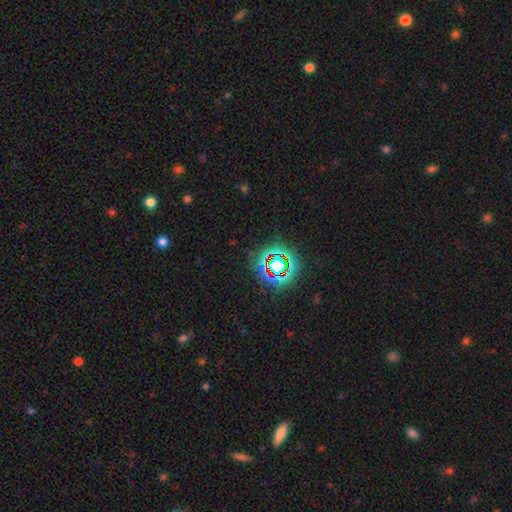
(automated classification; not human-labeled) Morphology: type=star or artifact (71%).